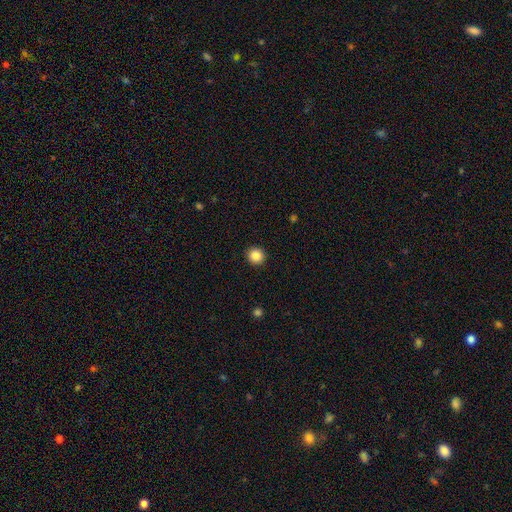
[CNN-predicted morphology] A smooth galaxy with no disk features (86%) that is round (92%).

Vote fractions:
- Smooth or featured? smooth: 86% / star or artifact: 10% / featured or disk: 4%
- How rounded? round: 92% / in between: 7% / cigar-shaped: 1%
- Merging? none: 93% / minor disturbance: 5% / major disturbance: 2% / merger: 1%